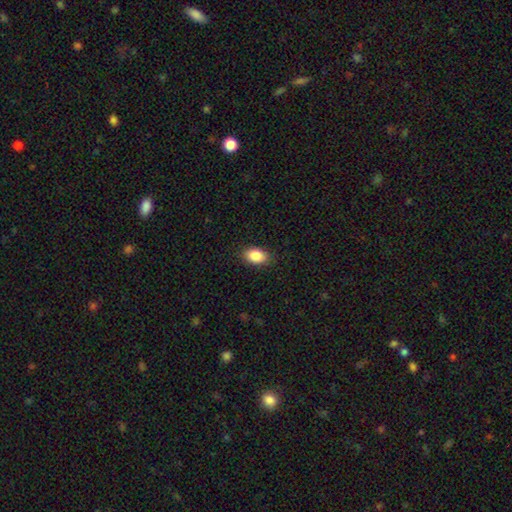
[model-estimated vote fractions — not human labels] Q: Smooth or featured?
A: smooth (87%); runner-up: star or artifact (8%)
Q: How rounded?
A: in between (87%); runner-up: round (12%)
Q: Merging?
A: none (88%); runner-up: minor disturbance (9%)